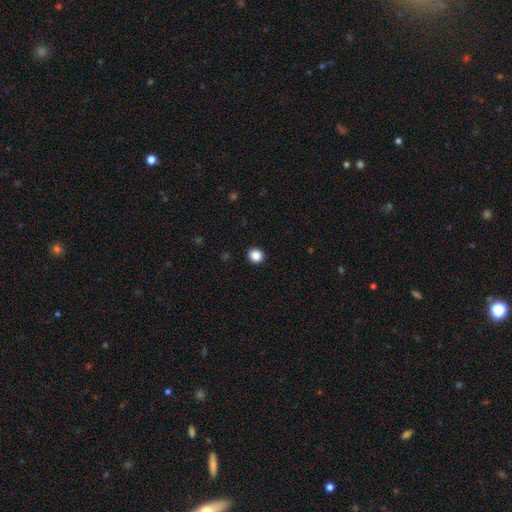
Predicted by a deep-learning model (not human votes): A smooth galaxy with no disk features (87%) that is round (87%). Merging: none (93%).